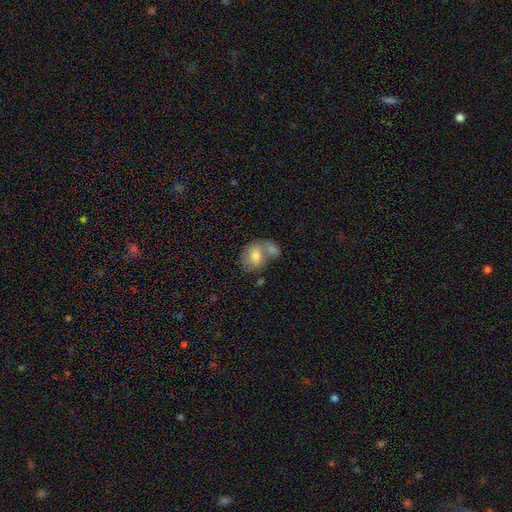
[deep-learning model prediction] smooth 73%, featured or disk 19%, star or artifact 7%. Down the decision tree: how rounded — in between (57%); merging — merger (54%).